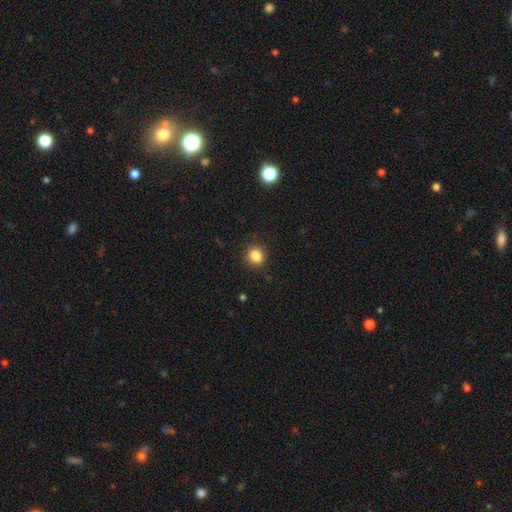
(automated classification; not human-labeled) Smooth or featured?
  - smooth: 85% *
  - star or artifact: 11%
  - featured or disk: 4%
How rounded?
  - round: 75% *
  - in between: 24%
  - cigar-shaped: 1%
Merging?
  - none: 83% *
  - minor disturbance: 11%
  - major disturbance: 3%
  - merger: 2%